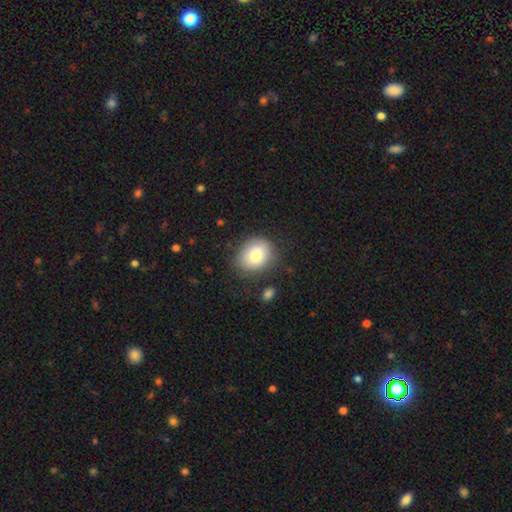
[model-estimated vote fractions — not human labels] A smooth galaxy with no disk features (80%) that is round (56%).

Vote fractions:
- Smooth or featured? smooth: 80% / featured or disk: 11% / star or artifact: 9%
- How rounded? round: 56% / in between: 44% / cigar-shaped: 1%
- Merging? none: 80% / minor disturbance: 14% / major disturbance: 4% / merger: 2%